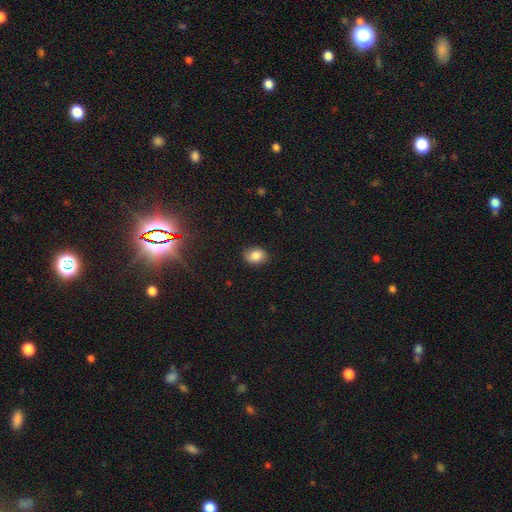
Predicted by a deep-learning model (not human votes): smooth 83%, star or artifact 9%, featured or disk 8%. Down the decision tree: how rounded — in between (68%); merging — none (84%).